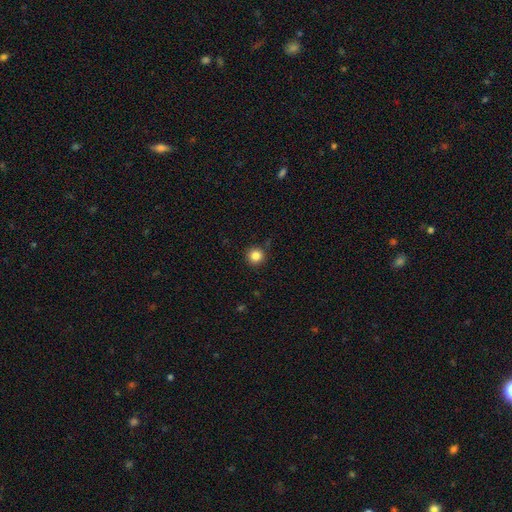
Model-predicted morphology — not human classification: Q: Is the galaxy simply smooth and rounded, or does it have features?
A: smooth — 84%.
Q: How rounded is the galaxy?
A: round — 95%.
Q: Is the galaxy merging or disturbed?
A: none — 90%.